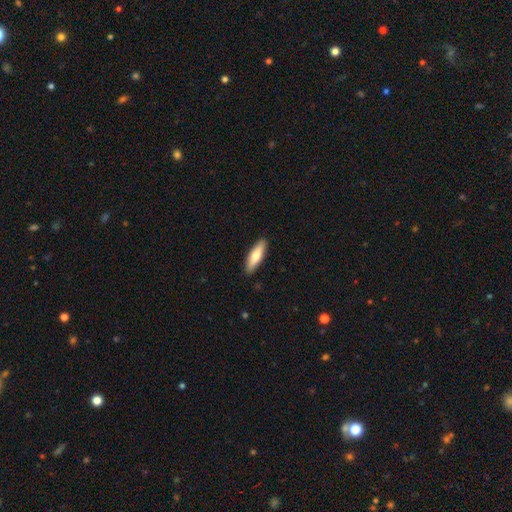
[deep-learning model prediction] Q: Smooth or featured?
A: smooth (69%); runner-up: featured or disk (26%)
Q: How rounded?
A: cigar-shaped (59%); runner-up: in between (39%)
Q: Merging?
A: none (90%); runner-up: minor disturbance (8%)